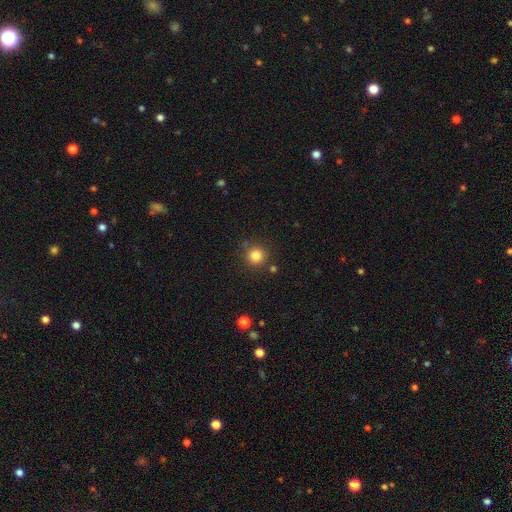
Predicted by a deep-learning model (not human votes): The model was most divided on "smooth or featured": smooth: 83%, star or artifact: 12%, featured or disk: 5%. More confident: how rounded — round (94%); merging — none (84%).